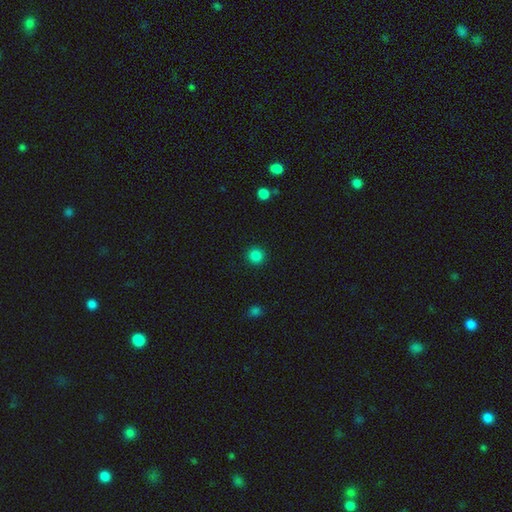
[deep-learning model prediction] Q: Smooth or featured?
A: smooth (85%); runner-up: star or artifact (12%)
Q: How rounded?
A: round (94%); runner-up: in between (5%)
Q: Merging?
A: none (92%); runner-up: minor disturbance (5%)